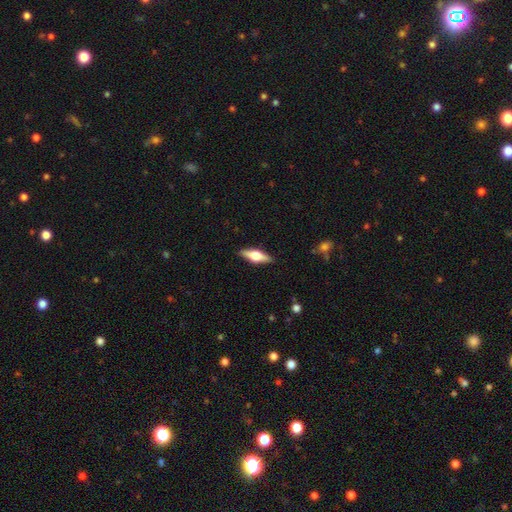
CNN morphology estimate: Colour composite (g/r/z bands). It shows a featured or disk galaxy (55%) viewed edge-on (94%) with a rounded central bulge (92%). Merging: none (88%).